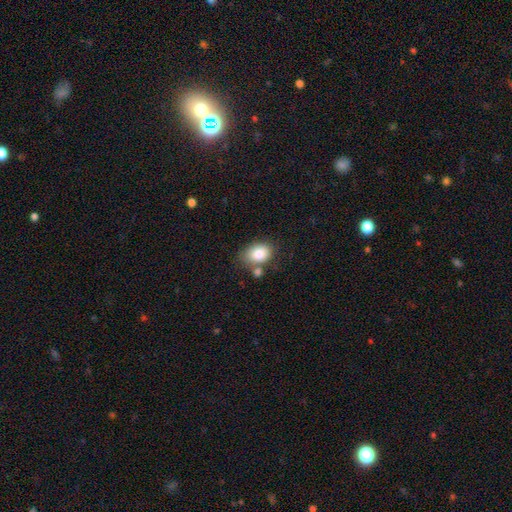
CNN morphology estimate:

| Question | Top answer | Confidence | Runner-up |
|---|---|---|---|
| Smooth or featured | smooth | 82% | featured or disk (10%) |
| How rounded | in between | 74% | round (25%) |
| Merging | none | 63% | minor disturbance (18%) |